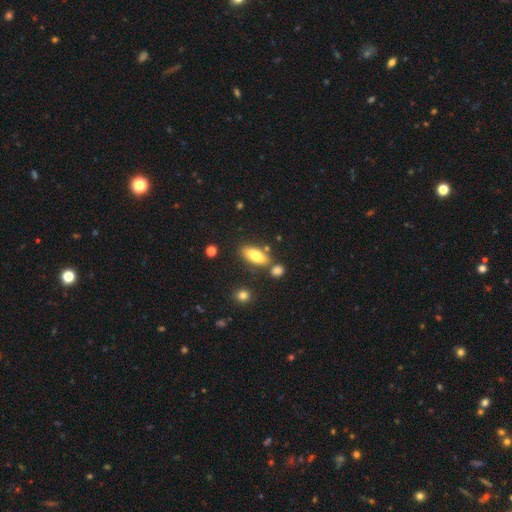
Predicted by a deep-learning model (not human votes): Morphology: type=smooth (75%); roundness=in between (80%); merging=none (71%).